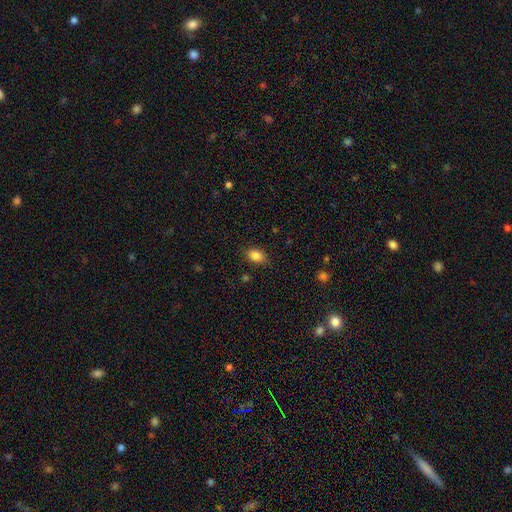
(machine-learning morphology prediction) This appears to be a smooth galaxy with no disk features (85%) that is in between round and cigar-shaped (82%). Merging: none (85%).